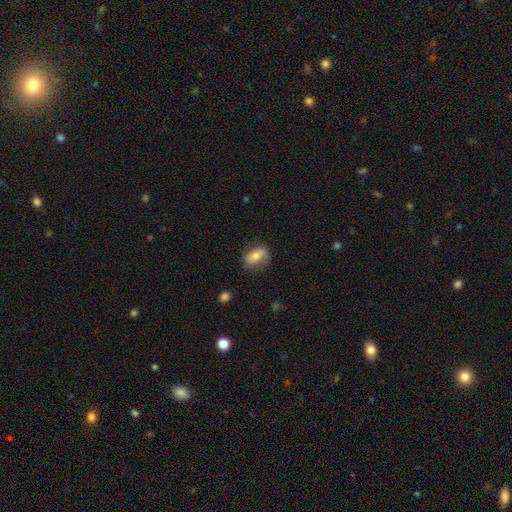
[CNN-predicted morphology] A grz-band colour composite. It shows a smooth galaxy with no disk features (59%) that is in between round and cigar-shaped (72%). Merging: none (68%).